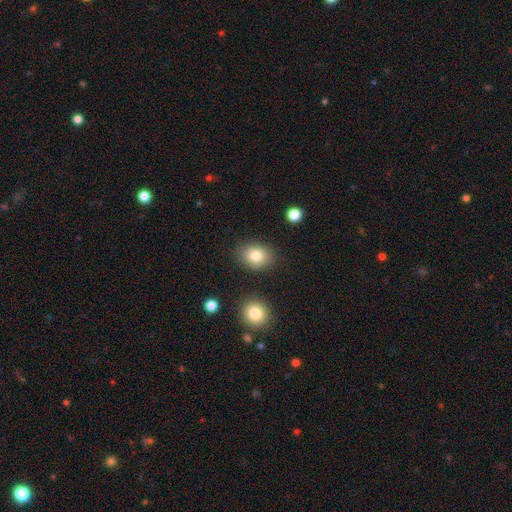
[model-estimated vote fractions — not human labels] smooth 81%, star or artifact 9%, featured or disk 9%. Down the decision tree: how rounded — in between (59%); merging — none (84%).